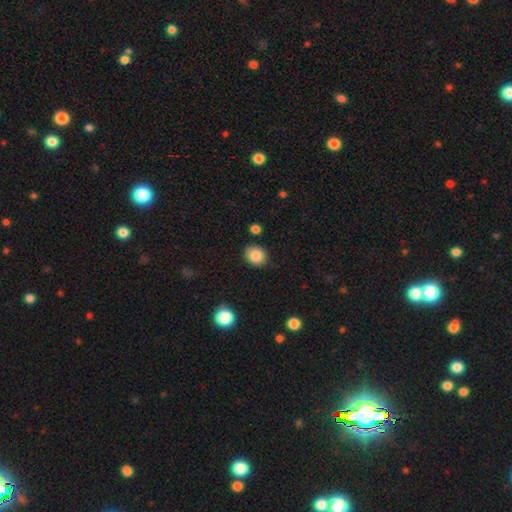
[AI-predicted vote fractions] smooth-or-featured: smooth: 86% | star or artifact: 9% | featured or disk: 5%
  how-rounded: round: 63% | in between: 36% | cigar-shaped: 1%
  merging: none: 85% | minor disturbance: 10% | merger: 2% | major disturbance: 2%